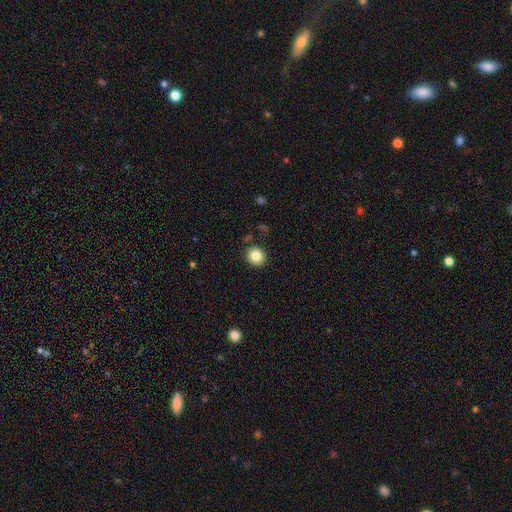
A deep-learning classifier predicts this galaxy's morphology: A smooth galaxy with no disk features (84%) that is round (82%). Merging: none (88%).